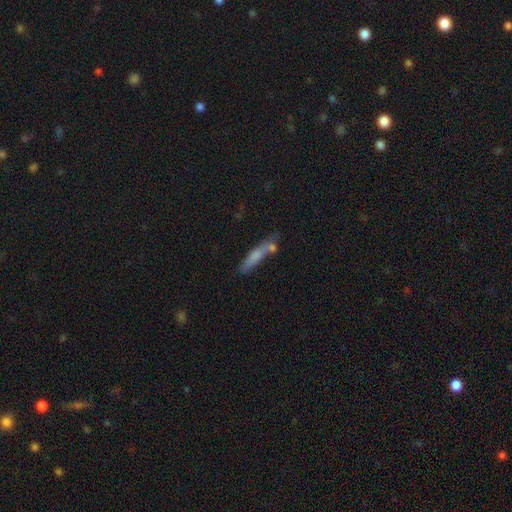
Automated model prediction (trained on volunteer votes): This is likely a smooth galaxy (63%). How rounded: clearly cigar-shaped (86%). Merging: possibly none (52%).